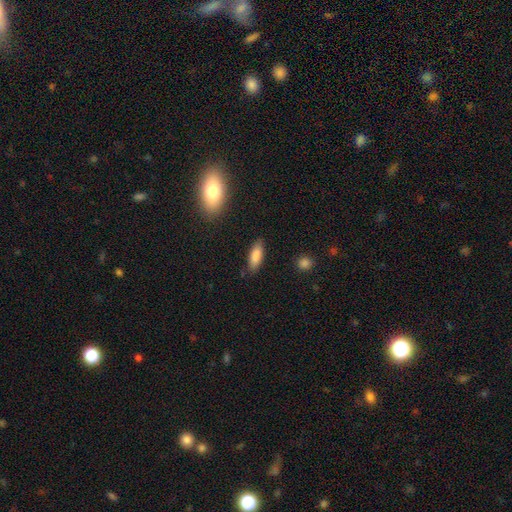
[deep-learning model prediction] A smooth galaxy with no disk features (84%) that is in between round and cigar-shaped (66%).

Vote fractions:
- Smooth or featured? smooth: 84% / featured or disk: 9% / star or artifact: 7%
- How rounded? in between: 66% / cigar-shaped: 32% / round: 2%
- Merging? none: 84% / minor disturbance: 12% / major disturbance: 3% / merger: 2%